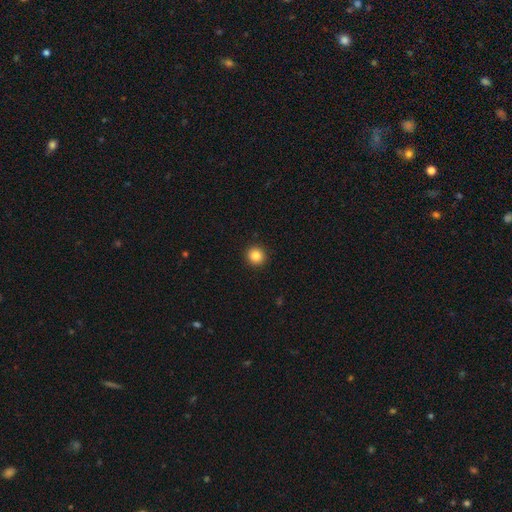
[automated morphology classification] smooth_or_featured: smooth (p=0.86) [alt: star or artifact p=0.10]
how_rounded: round (p=0.92) [alt: in between p=0.07]
merging: none (p=0.93) [alt: minor disturbance p=0.05]